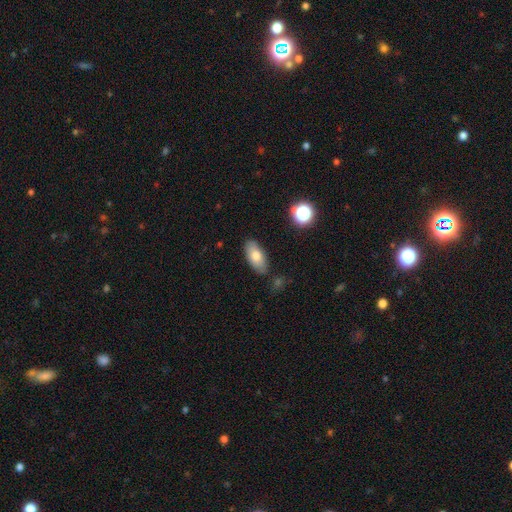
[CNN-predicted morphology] A smooth galaxy with no disk features (76%) that is in between round and cigar-shaped (90%).

Vote fractions:
- Smooth or featured? smooth: 76% / featured or disk: 16% / star or artifact: 8%
- How rounded? in between: 90% / cigar-shaped: 7% / round: 3%
- Merging? none: 82% / minor disturbance: 13% / merger: 3% / major disturbance: 3%